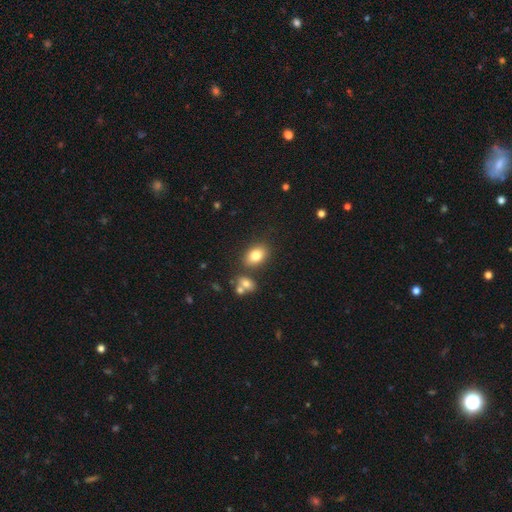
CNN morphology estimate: This appears to be a smooth galaxy with no disk features (80%) that is in between round and cigar-shaped (80%). Merging: none (75%).